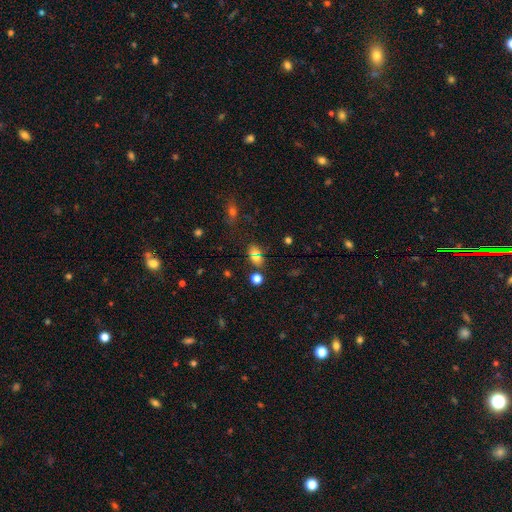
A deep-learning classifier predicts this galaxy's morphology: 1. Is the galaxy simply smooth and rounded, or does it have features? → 66% smooth, 23% star or artifact, 11% featured or disk.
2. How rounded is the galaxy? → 62% in between, 35% round, 3% cigar-shaped.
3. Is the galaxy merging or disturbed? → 68% none, 15% merger, 13% minor disturbance, 5% major disturbance.